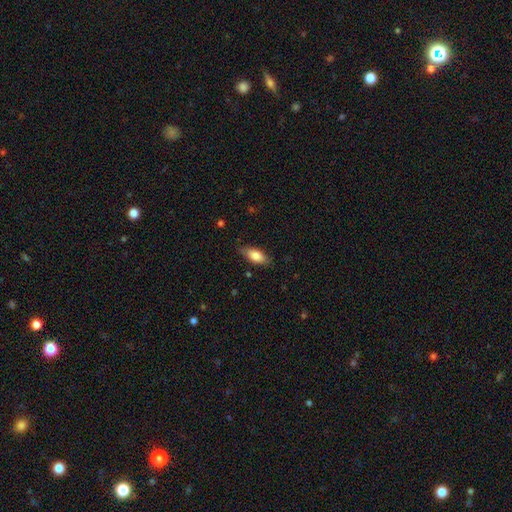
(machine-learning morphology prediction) smooth_or_featured: smooth (p=0.79) [alt: featured or disk p=0.15]
how_rounded: in between (p=0.82) [alt: cigar-shaped p=0.15]
merging: none (p=0.81) [alt: minor disturbance p=0.15]